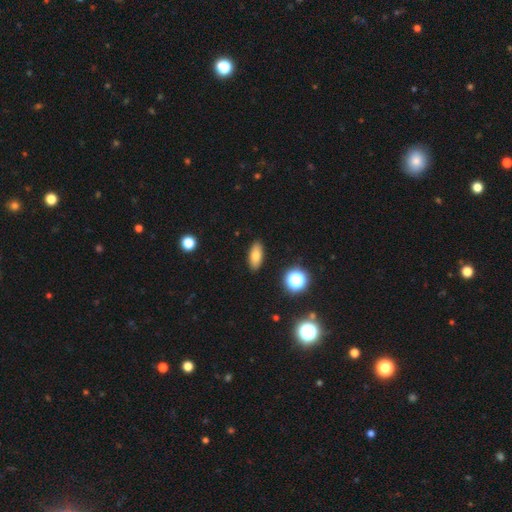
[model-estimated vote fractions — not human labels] This is likely a smooth galaxy (78%). How rounded: clearly in between (82%). Merging: clearly none (89%).